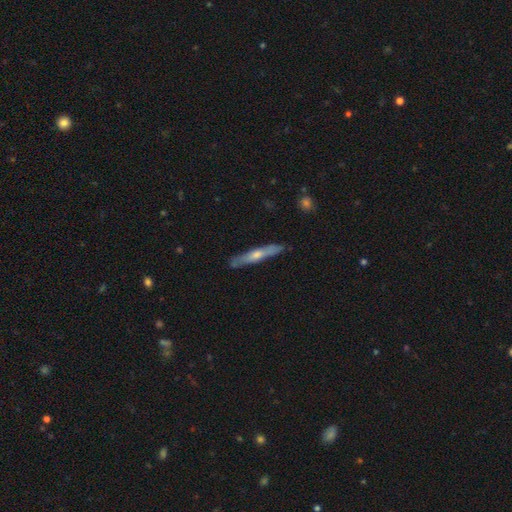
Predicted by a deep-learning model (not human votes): Q: Smooth or featured?
A: featured or disk (61%); runner-up: smooth (32%)
Q: Edge-on disk?
A: yes (92%); runner-up: no (8%)
Q: Edge-on bulge?
A: rounded (77%); runner-up: none (19%)
Q: Merging?
A: none (88%); runner-up: minor disturbance (9%)